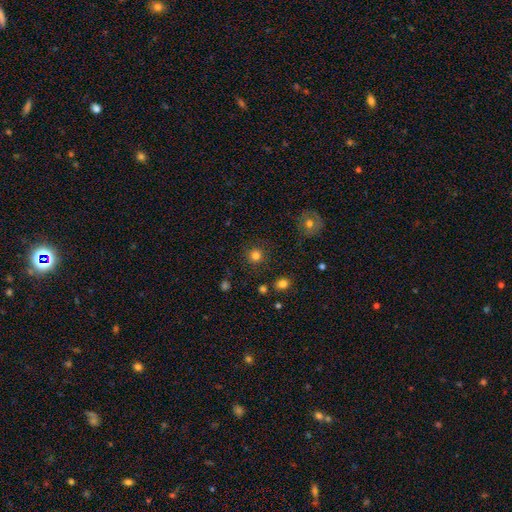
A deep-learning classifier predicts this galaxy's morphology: This is clearly a smooth galaxy (81%). How rounded: clearly round (93%). Merging: clearly none (88%).